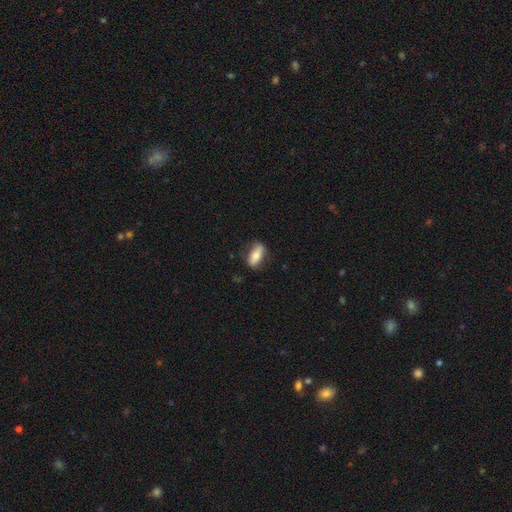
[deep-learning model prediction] Q: Smooth or featured?
A: smooth (68%); runner-up: featured or disk (26%)
Q: How rounded?
A: in between (77%); runner-up: cigar-shaped (19%)
Q: Merging?
A: none (77%); runner-up: minor disturbance (17%)